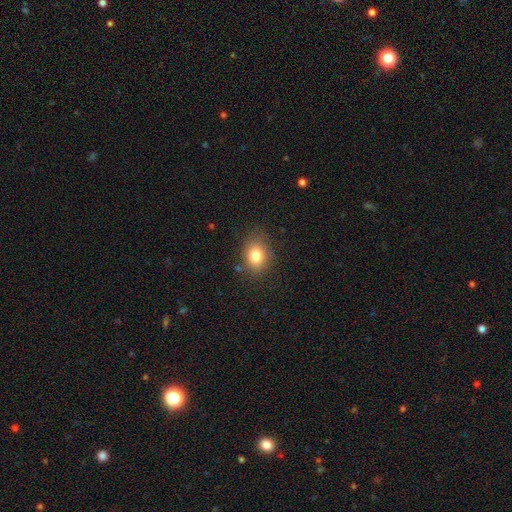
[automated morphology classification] A smooth galaxy with no disk features (80%) that is in between round and cigar-shaped (60%). Merging: none (78%).